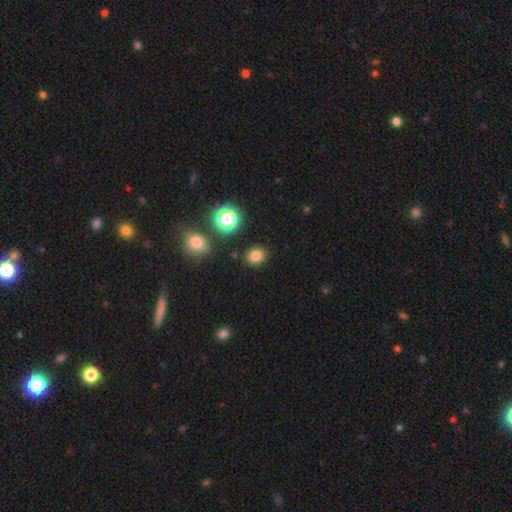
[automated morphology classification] smooth_or_featured: smooth (p=0.79) [alt: star or artifact p=0.15]
how_rounded: round (p=0.64) [alt: in between p=0.35]
merging: none (p=0.87) [alt: minor disturbance p=0.08]